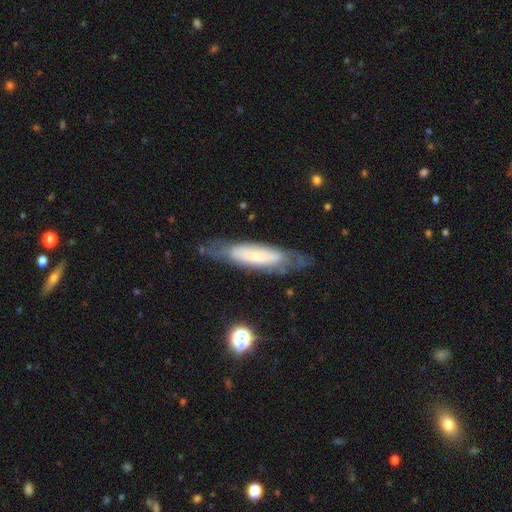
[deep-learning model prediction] A featured or disk galaxy (52%).

Vote fractions:
- Smooth or featured? featured or disk: 52% / smooth: 40% / star or artifact: 7%
- Edge-on disk? no: 60% / yes: 40%
- Merging? none: 70% / minor disturbance: 19% / major disturbance: 8% / merger: 2%